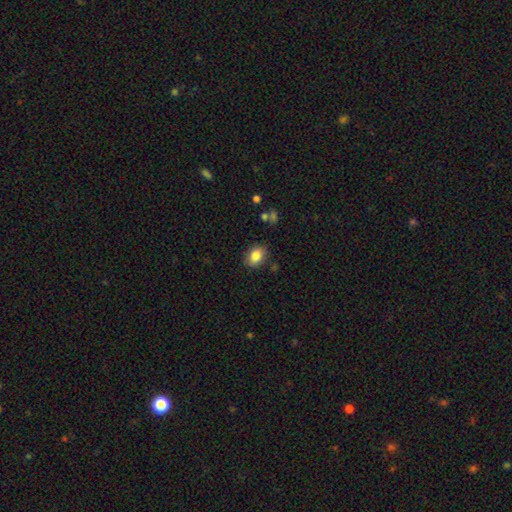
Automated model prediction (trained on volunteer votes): Smooth or featured: smooth — 85% (star or artifact — 8%)
How rounded: in between — 69% (round — 30%)
Merging: none — 84% (minor disturbance — 11%)